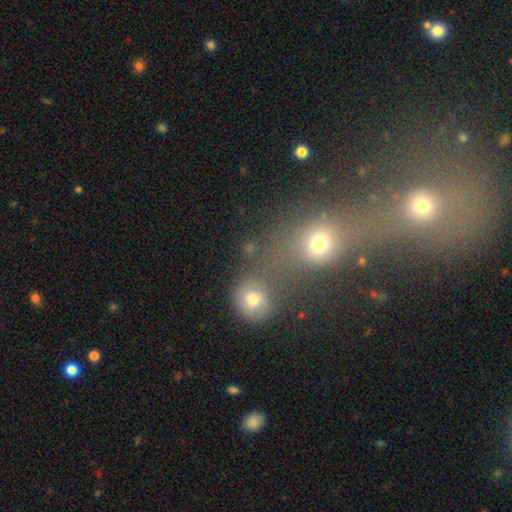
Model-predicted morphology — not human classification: smooth 55%, star or artifact 31%, featured or disk 14%. Down the decision tree: how rounded — round (75%); merging — merger (44%).